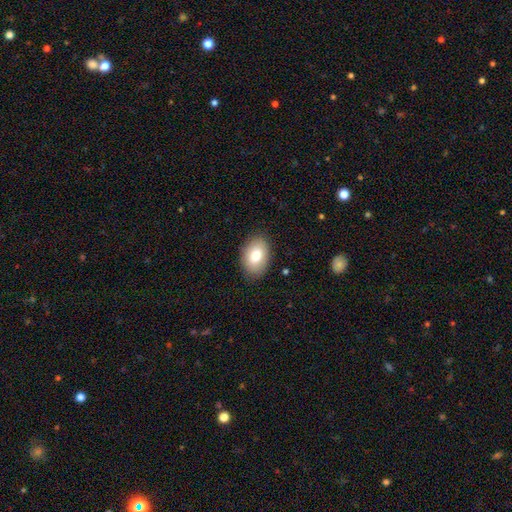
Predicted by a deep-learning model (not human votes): Overall: smooth (80%). How rounded: in between (86%). Merging: none (86%).